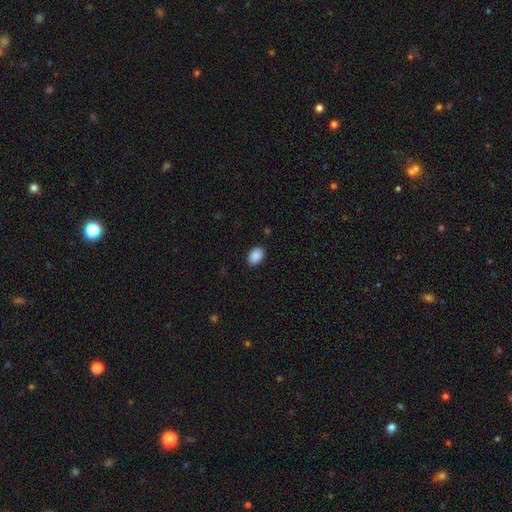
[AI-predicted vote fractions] Smooth or featured? smooth (90%)
How rounded? in between (84%)
Merging? none (89%)